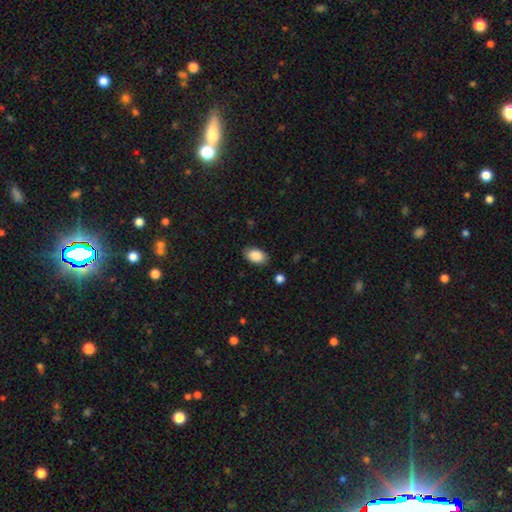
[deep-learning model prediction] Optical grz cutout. It shows a smooth galaxy with no disk features (88%) that is in between round and cigar-shaped (90%). Merging: none (85%).